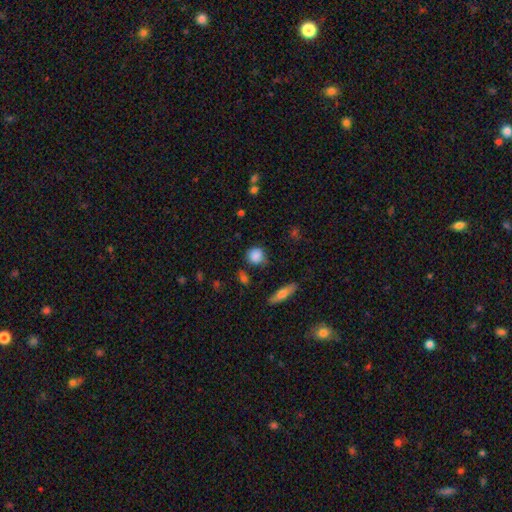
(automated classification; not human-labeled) smooth-or-featured: smooth: 84% | star or artifact: 9% | featured or disk: 6%
  how-rounded: round: 84% | in between: 14% | cigar-shaped: 2%
  merging: none: 74% | minor disturbance: 18% | major disturbance: 5% | merger: 4%